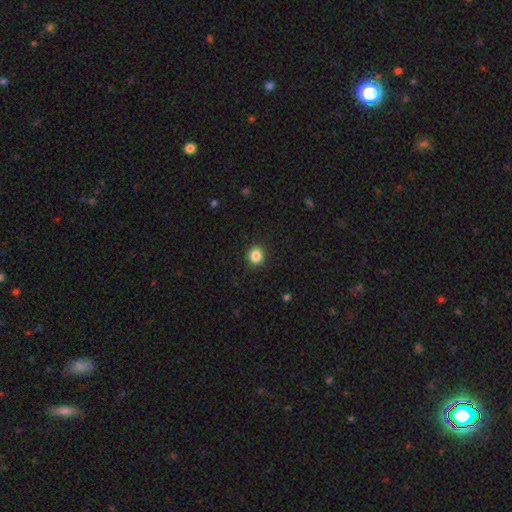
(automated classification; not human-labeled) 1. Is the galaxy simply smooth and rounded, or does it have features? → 86% smooth, 10% star or artifact, 4% featured or disk.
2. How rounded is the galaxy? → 80% round, 19% in between, 1% cigar-shaped.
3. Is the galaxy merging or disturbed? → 91% none, 6% minor disturbance, 2% major disturbance, 1% merger.